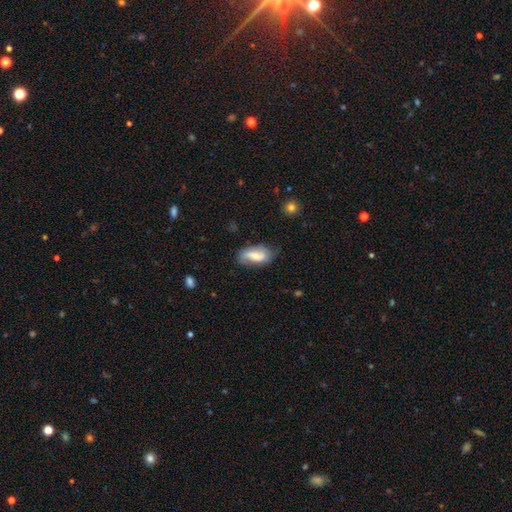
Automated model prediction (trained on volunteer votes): This is possibly a featured or disk galaxy (49%). Merging: likely none (65%).